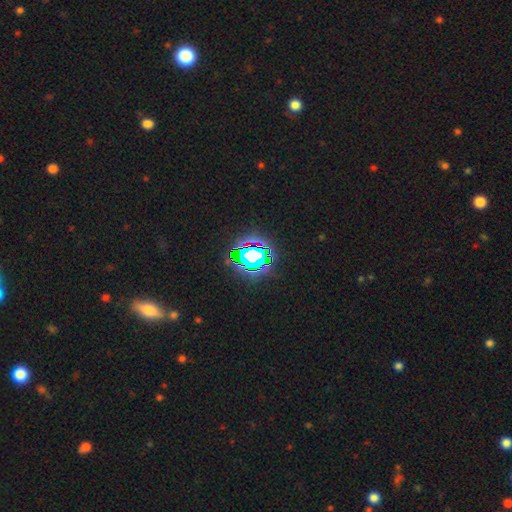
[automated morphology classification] Overall: star or artifact (76%).